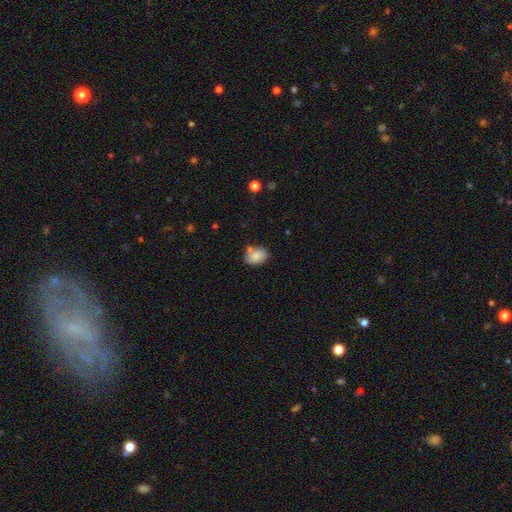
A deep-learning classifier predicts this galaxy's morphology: Smooth or featured?
  - smooth: 80% *
  - featured or disk: 12%
  - star or artifact: 8%
How rounded?
  - in between: 75% *
  - round: 24%
  - cigar-shaped: 1%
Merging?
  - none: 55% *
  - minor disturbance: 24%
  - merger: 15%
  - major disturbance: 6%